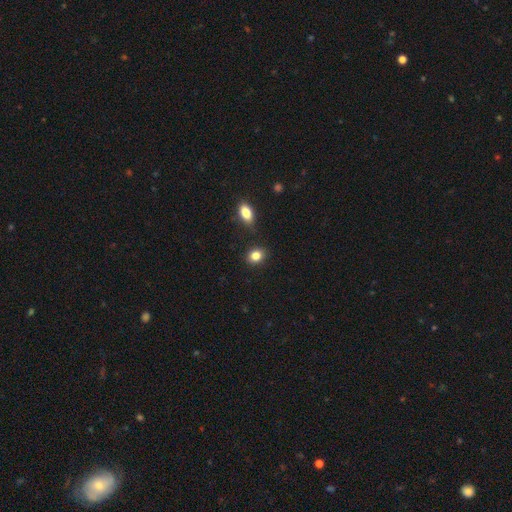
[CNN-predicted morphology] A smooth galaxy with no disk features (83%) that is round (53%).

Vote fractions:
- Smooth or featured? smooth: 83% / star or artifact: 11% / featured or disk: 6%
- How rounded? round: 53% / in between: 46% / cigar-shaped: 1%
- Merging? none: 86% / minor disturbance: 8% / merger: 3% / major disturbance: 2%